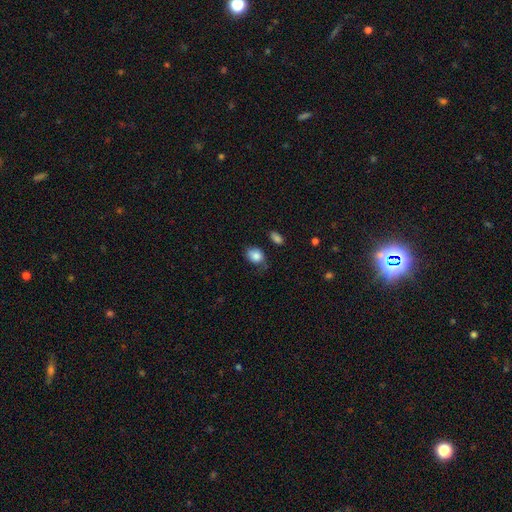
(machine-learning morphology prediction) Smooth or featured: smooth — 85% (star or artifact — 8%)
How rounded: in between — 63% (round — 36%)
Merging: none — 57% (minor disturbance — 30%)